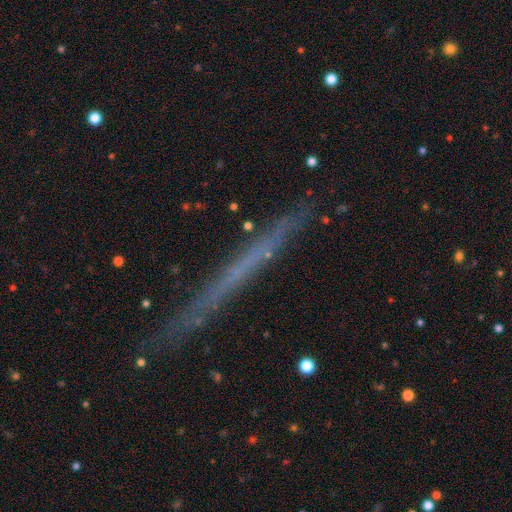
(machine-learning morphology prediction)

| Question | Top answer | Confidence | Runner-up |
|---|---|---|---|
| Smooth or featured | featured or disk | 55% | smooth (35%) |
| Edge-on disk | yes | 95% | no (5%) |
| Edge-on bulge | none | 92% | rounded (5%) |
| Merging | none | 85% | minor disturbance (11%) |